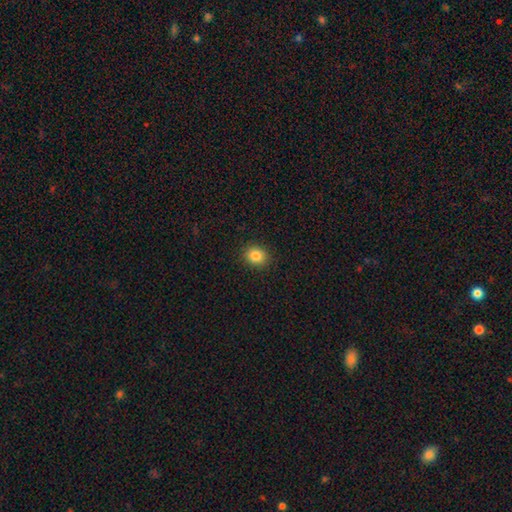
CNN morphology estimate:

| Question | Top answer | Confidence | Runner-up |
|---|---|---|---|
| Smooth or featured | smooth | 84% | star or artifact (10%) |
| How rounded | round | 68% | in between (31%) |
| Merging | none | 91% | minor disturbance (6%) |